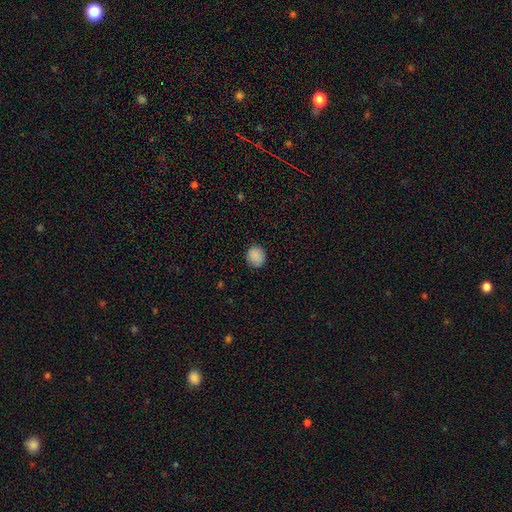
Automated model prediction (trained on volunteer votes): This is clearly a smooth galaxy (88%). How rounded: clearly round (83%). Merging: clearly none (87%).